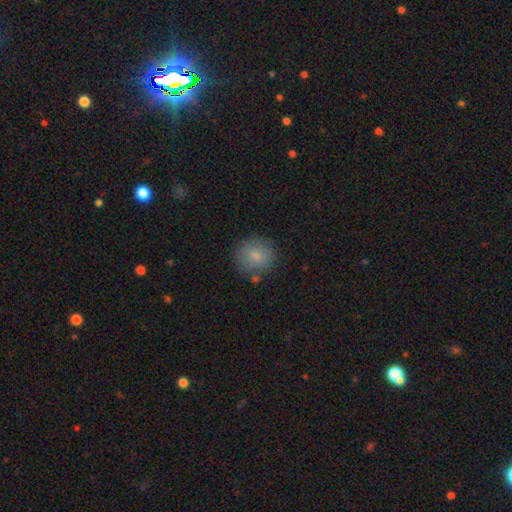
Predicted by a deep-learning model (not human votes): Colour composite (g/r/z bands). It shows a smooth galaxy with no disk features (81%) that is round (84%). Merging: none (79%).